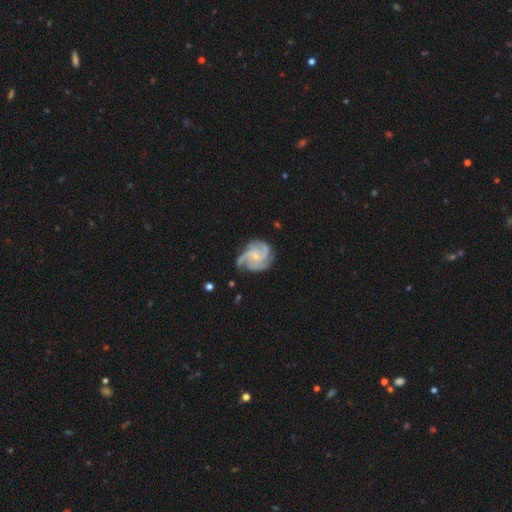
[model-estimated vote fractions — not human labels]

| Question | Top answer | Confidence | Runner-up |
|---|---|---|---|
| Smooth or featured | featured or disk | 90% | smooth (5%) |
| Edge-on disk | no | 98% | yes (2%) |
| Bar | no | 62% | weak (32%) |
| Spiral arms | yes | 98% | no (2%) |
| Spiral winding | medium | 49% | tight (41%) |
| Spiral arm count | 3 | 65% | 4 (13%) |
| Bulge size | small | 67% | moderate (28%) |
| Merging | none | 67% | minor disturbance (23%) |